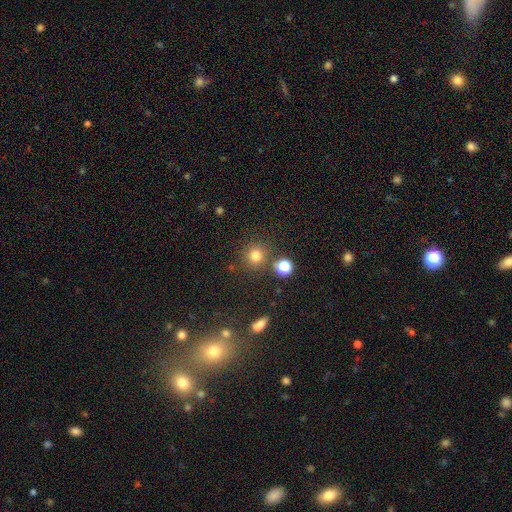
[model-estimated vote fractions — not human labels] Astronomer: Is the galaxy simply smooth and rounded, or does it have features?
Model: smooth — 77%.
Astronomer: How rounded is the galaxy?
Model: round — 91%.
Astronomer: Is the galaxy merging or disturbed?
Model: none — 81%.